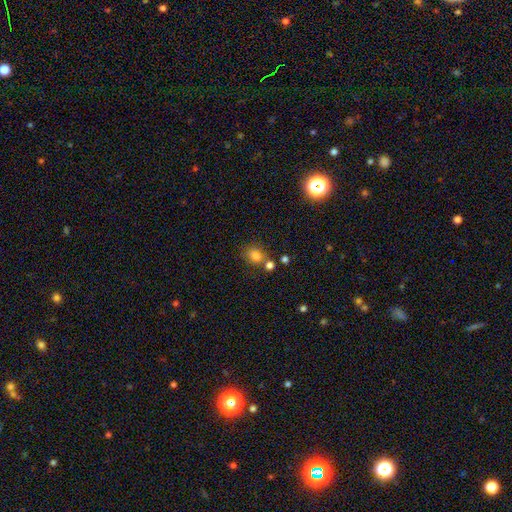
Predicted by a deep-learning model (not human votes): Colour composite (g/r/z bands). It shows a smooth galaxy with no disk features (78%) that is round (63%). Merging: none (63%).